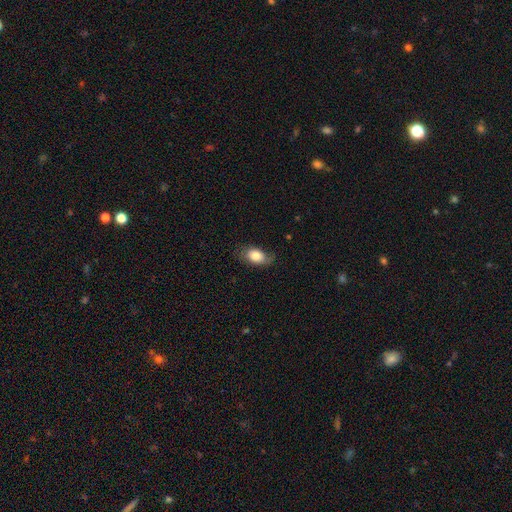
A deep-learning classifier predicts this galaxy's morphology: smooth_or_featured: smooth (p=0.77) [alt: featured or disk p=0.16]
how_rounded: in between (p=0.88) [alt: round p=0.10]
merging: none (p=0.63) [alt: minor disturbance p=0.26]